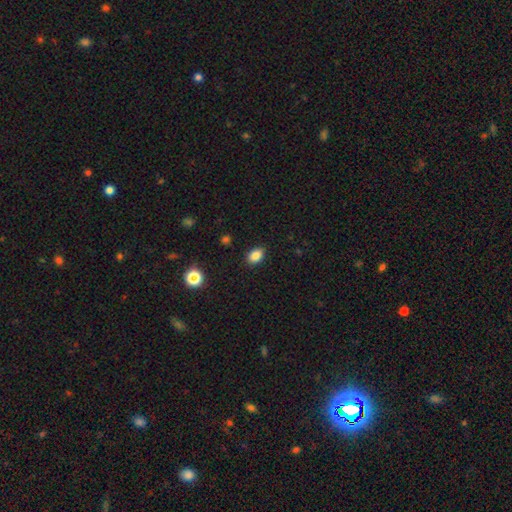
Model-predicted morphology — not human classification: The model was most divided on "how rounded": in between: 79%, round: 19%, cigar-shaped: 1%. More confident: merging — none (87%); smooth or featured — smooth (85%).